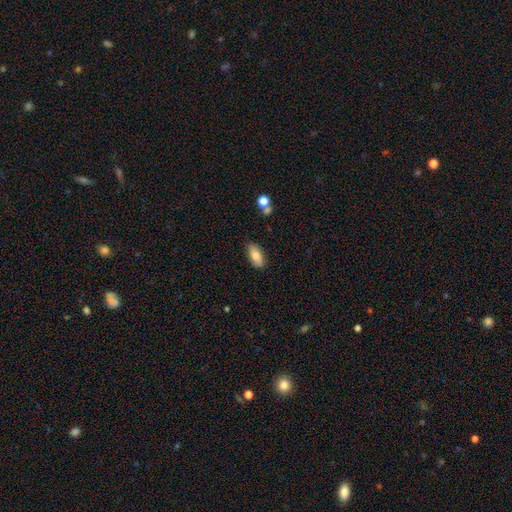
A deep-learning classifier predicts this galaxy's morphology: A smooth galaxy with no disk features (80%) that is in between round and cigar-shaped (88%). Merging: none (84%).